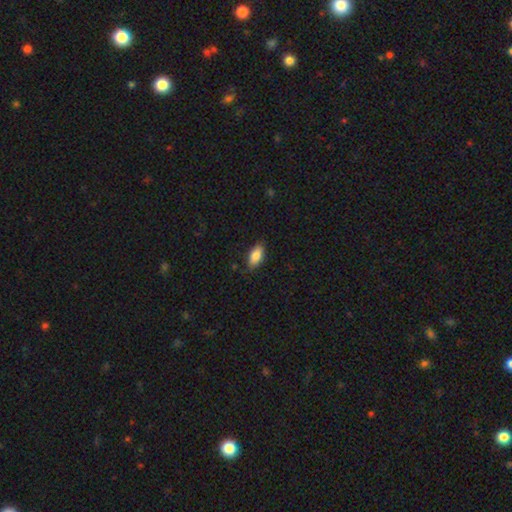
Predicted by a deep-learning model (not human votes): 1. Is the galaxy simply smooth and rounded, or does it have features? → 85% smooth, 8% featured or disk, 7% star or artifact.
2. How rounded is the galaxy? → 90% in between, 7% cigar-shaped, 3% round.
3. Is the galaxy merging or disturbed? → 81% none, 15% minor disturbance, 3% major disturbance, 1% merger.